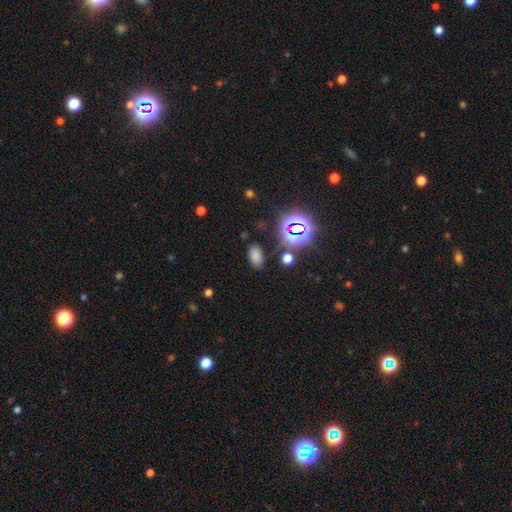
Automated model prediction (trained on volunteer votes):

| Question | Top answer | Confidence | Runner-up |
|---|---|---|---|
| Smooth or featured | smooth | 70% | star or artifact (24%) |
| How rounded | in between | 91% | round (7%) |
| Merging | none | 83% | minor disturbance (11%) |